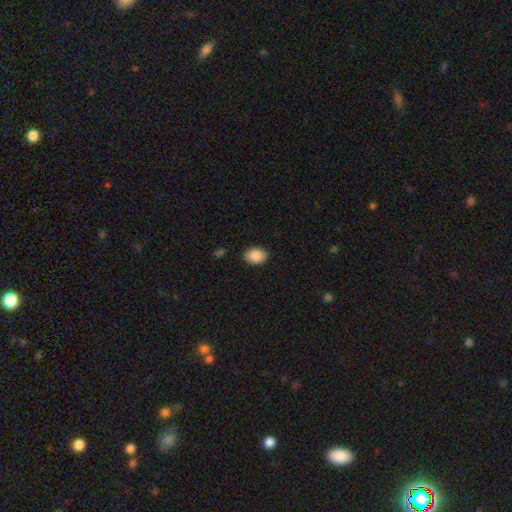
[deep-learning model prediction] smooth-or-featured: smooth: 90% | star or artifact: 7% | featured or disk: 3%
  how-rounded: in between: 78% | round: 21% | cigar-shaped: 1%
  merging: none: 87% | minor disturbance: 10% | major disturbance: 2% | merger: 1%